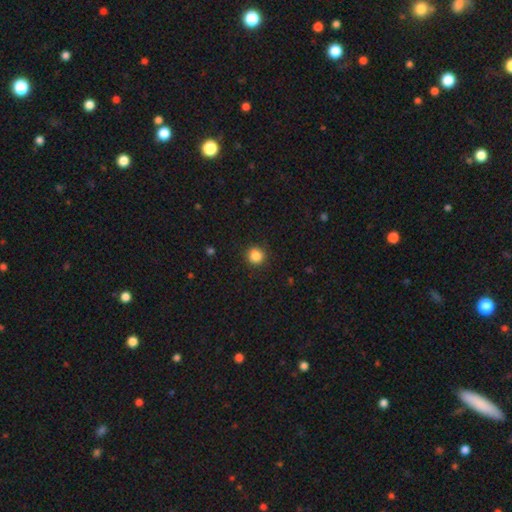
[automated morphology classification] Overall: smooth (86%). How rounded: round (92%). Merging: none (91%).